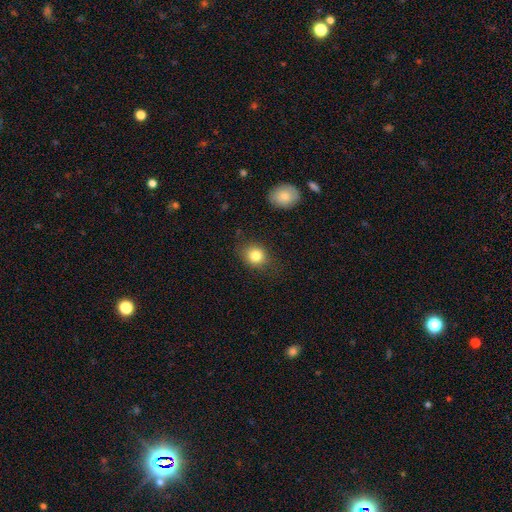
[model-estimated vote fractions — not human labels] Q: Smooth or featured?
A: smooth (82%); runner-up: star or artifact (10%)
Q: How rounded?
A: round (67%); runner-up: in between (32%)
Q: Merging?
A: none (77%); runner-up: minor disturbance (16%)